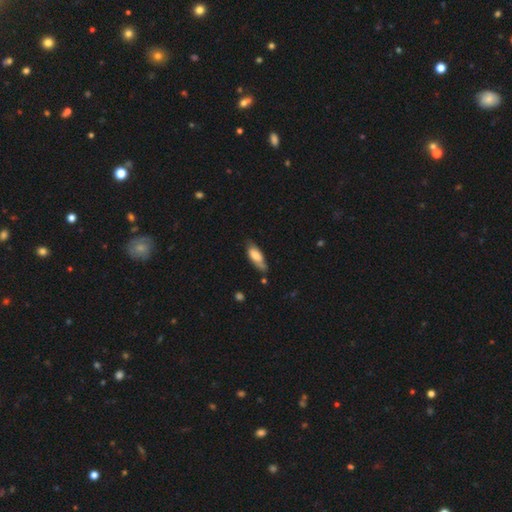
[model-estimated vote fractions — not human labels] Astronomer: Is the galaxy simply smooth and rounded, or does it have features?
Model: smooth — 71%.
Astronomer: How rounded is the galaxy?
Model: in between — 63%.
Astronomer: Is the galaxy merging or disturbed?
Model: none — 59%.